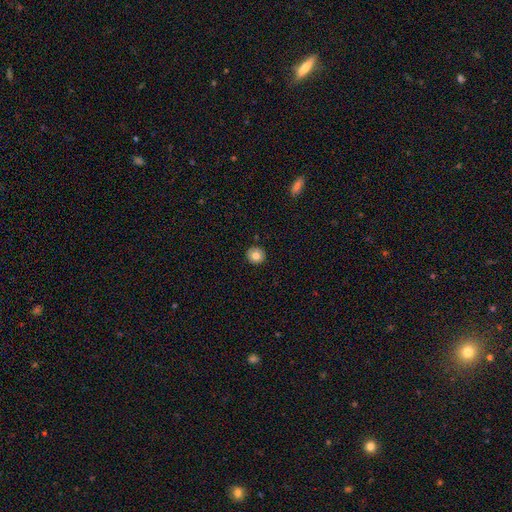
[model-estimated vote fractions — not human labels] Q: Smooth or featured?
A: smooth (79%); runner-up: featured or disk (12%)
Q: How rounded?
A: round (94%); runner-up: in between (5%)
Q: Merging?
A: none (92%); runner-up: minor disturbance (6%)